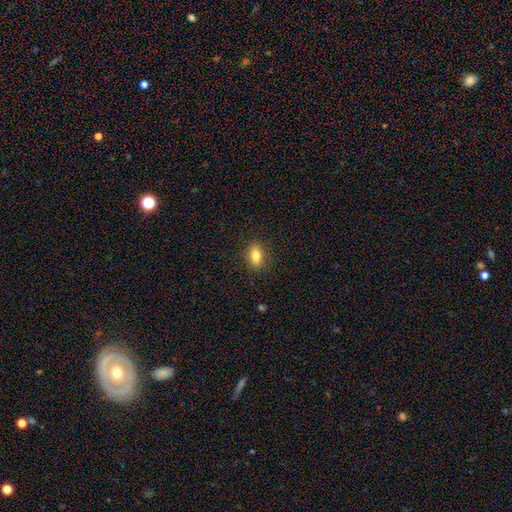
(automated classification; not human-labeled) Morphology: type=smooth (82%); roundness=in between (84%); merging=none (88%).